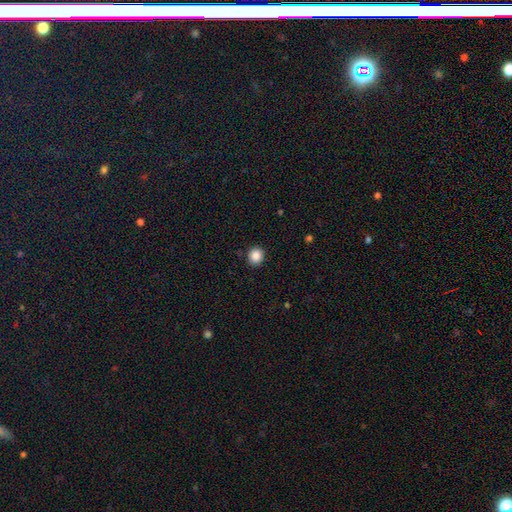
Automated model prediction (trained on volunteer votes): This is clearly a smooth galaxy (87%). How rounded: clearly round (87%). Merging: clearly none (91%).